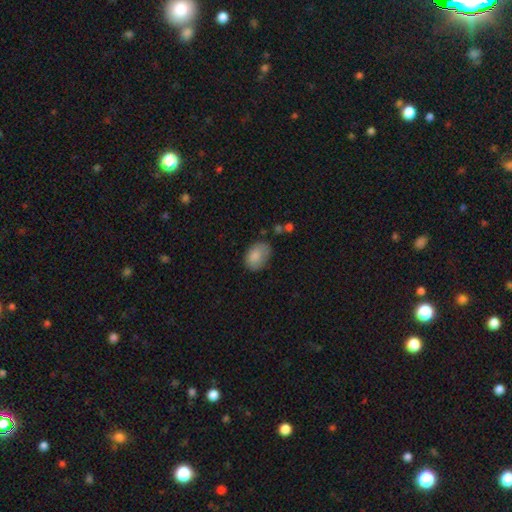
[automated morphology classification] This appears to be a smooth galaxy with no disk features (84%) that is in between round and cigar-shaped (83%). Merging: none (64%).